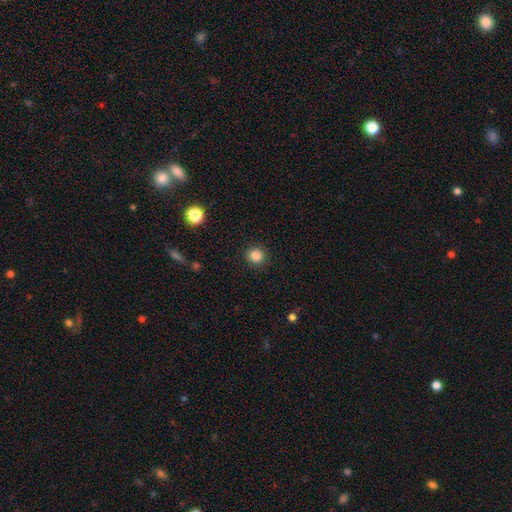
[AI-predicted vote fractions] Smooth or featured? Predicted: smooth (p=0.85). How rounded? Predicted: round (p=0.93). Merging? Predicted: none (p=0.92).